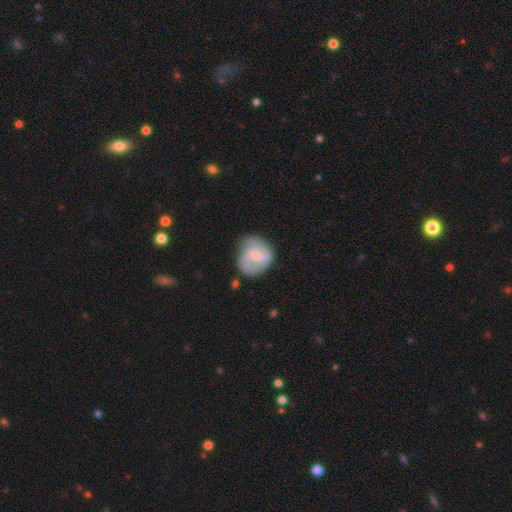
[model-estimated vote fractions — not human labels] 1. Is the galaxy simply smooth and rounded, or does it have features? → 55% featured or disk, 39% smooth, 6% star or artifact.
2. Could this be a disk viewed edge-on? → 97% no, 3% yes.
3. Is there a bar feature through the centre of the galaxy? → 57% no, 36% weak, 6% strong.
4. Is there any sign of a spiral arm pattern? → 78% yes, 22% no.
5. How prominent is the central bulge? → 64% small, 31% moderate, 3% none, 1% large, 1% dominant.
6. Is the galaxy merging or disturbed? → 56% none, 28% minor disturbance, 11% major disturbance, 5% merger.